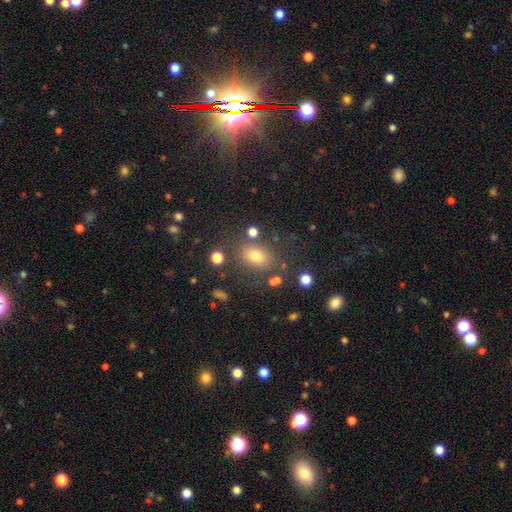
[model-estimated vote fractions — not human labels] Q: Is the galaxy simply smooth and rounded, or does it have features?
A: smooth — 72%.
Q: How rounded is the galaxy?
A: in between — 70%.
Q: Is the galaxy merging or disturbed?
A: none — 77%.